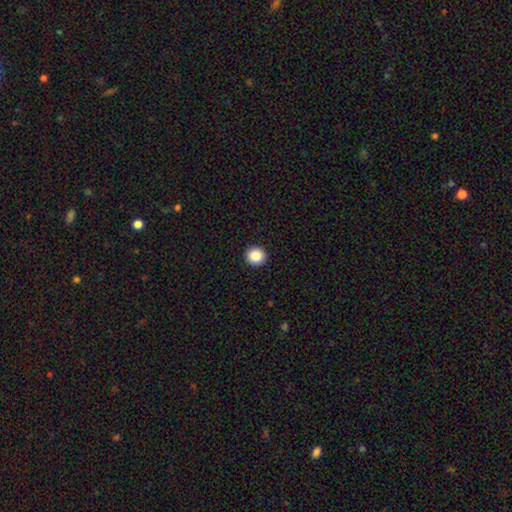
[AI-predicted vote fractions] This appears to be a smooth galaxy with no disk features (86%) that is round (95%). Merging: none (94%).